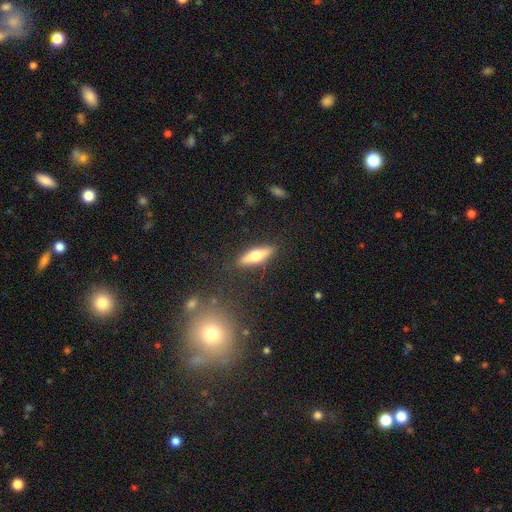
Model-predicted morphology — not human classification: Smooth or featured? smooth (50%)
How rounded? cigar-shaped (63%)
Merging? none (88%)